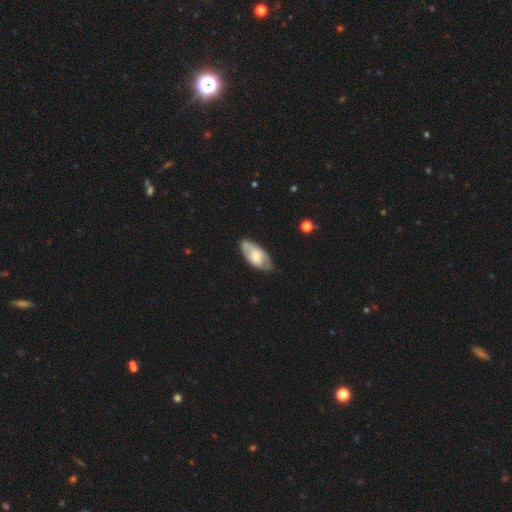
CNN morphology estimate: Overall: smooth (58%; featured or disk 37%). How rounded: in between (91%). Merging: none (71%).